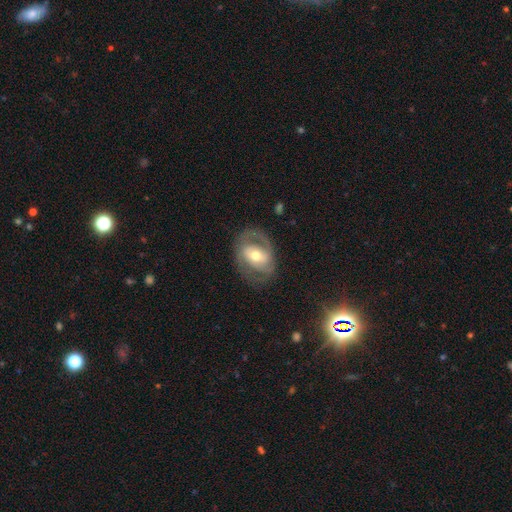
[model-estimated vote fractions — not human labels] Overall: featured or disk (73%). Edge-on disk: no (95%). Bar: weak (38%; no 35%). Spiral arms: yes (78%). Spiral arm count: 2 (68%). Spiral winding: medium (44%; tight 37%). Bulge size: moderate (68%). Merging: none (66%).